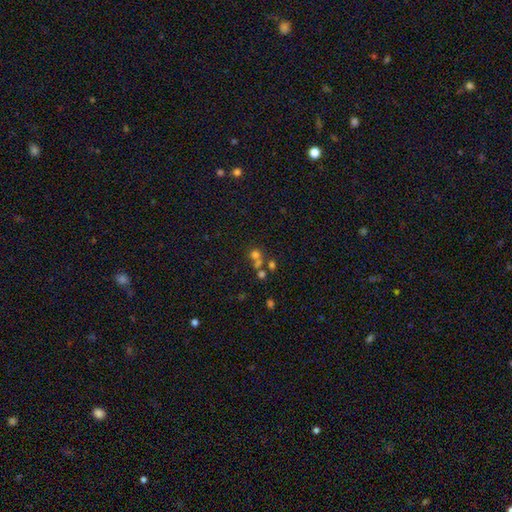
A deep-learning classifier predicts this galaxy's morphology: Q: Smooth or featured?
A: smooth (60%); runner-up: star or artifact (26%)
Q: How rounded?
A: round (85%); runner-up: in between (14%)
Q: Merging?
A: none (47%); runner-up: merger (41%)